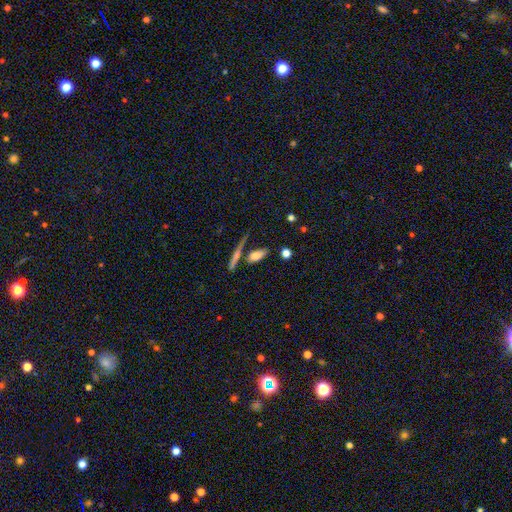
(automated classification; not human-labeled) This appears to be a smooth galaxy with no disk features (73%) that is in between round and cigar-shaped (69%). Merging: none (64%).